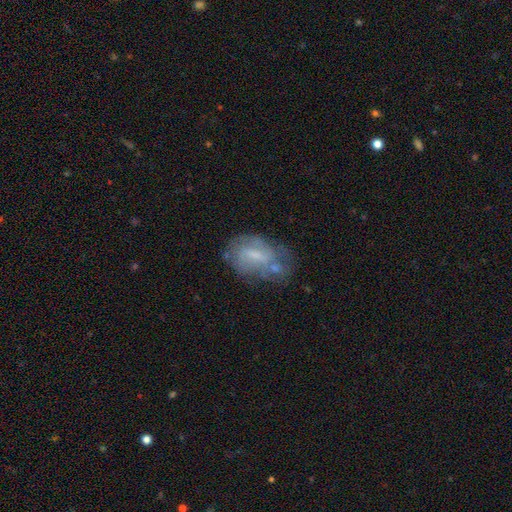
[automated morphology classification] This appears to be a featured or disk galaxy (56%) with a weak bar (52%), spiral arms (60%) and a small central bulge (45%). Merging: none (45%).